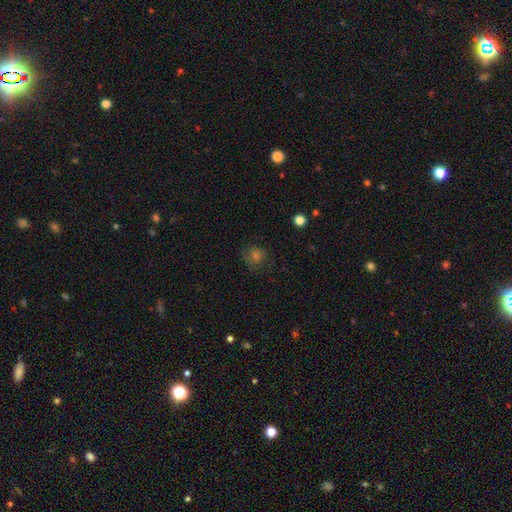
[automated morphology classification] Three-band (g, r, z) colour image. It shows a smooth galaxy with no disk features (54%) that is round (79%). Merging: none (69%).